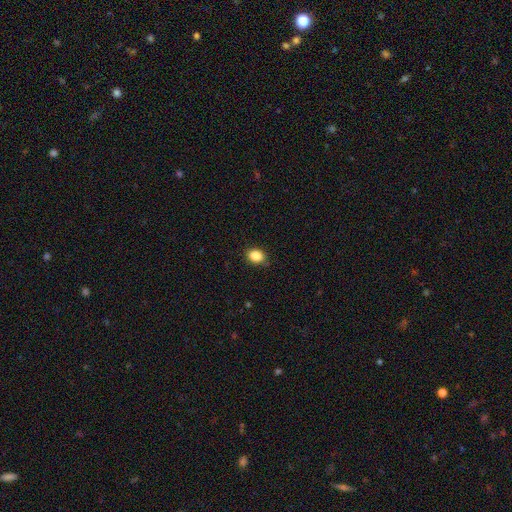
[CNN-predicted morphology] Smooth or featured? Predicted: smooth (p=0.87). How rounded? Predicted: in between (p=0.65). Merging? Predicted: none (p=0.84).